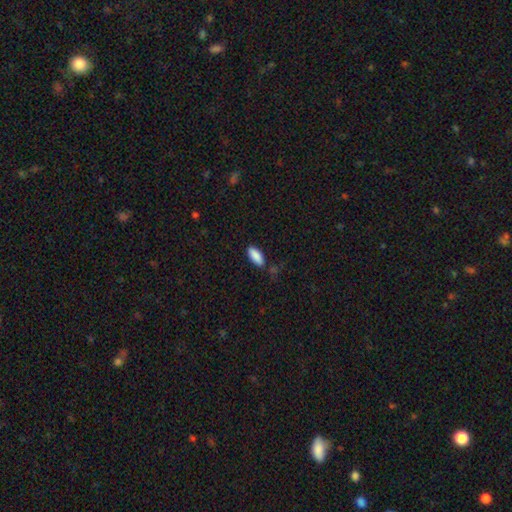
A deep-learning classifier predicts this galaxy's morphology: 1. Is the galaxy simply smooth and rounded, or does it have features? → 89% smooth, 7% star or artifact, 5% featured or disk.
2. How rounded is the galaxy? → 81% in between, 17% cigar-shaped, 2% round.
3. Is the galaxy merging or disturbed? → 77% none, 16% minor disturbance, 3% major disturbance, 3% merger.